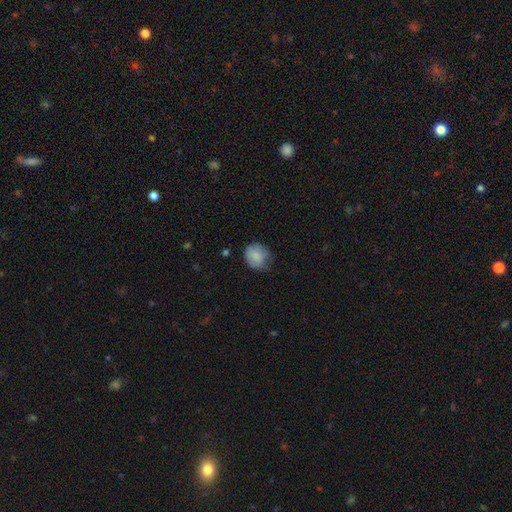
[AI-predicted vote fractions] This is likely a smooth galaxy (80%). How rounded: likely round (69%). Merging: possibly none (56%).